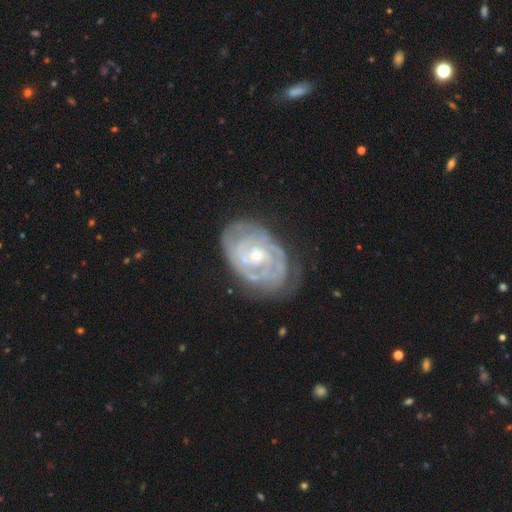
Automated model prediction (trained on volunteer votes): This appears to be a featured or disk galaxy (86%) with no bar (68%), tight (72%) spiral arms (94%) and a small central bulge (66%). Merging: none (68%).